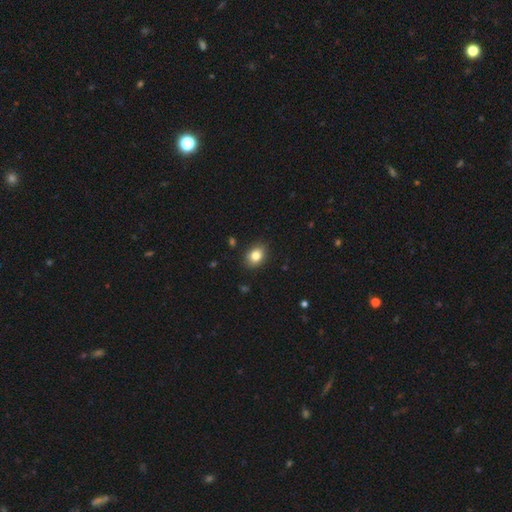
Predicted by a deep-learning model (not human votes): This is clearly a smooth galaxy (82%). How rounded: likely in between (68%). Merging: clearly none (87%).